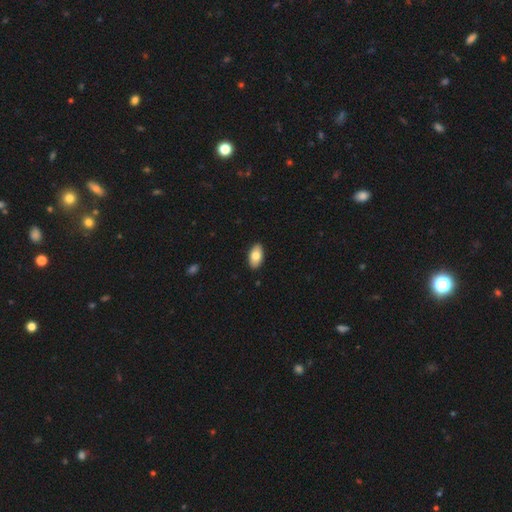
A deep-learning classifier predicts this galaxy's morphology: smooth 82%, featured or disk 12%, star or artifact 6%. Down the decision tree: how rounded — in between (94%); merging — none (90%).